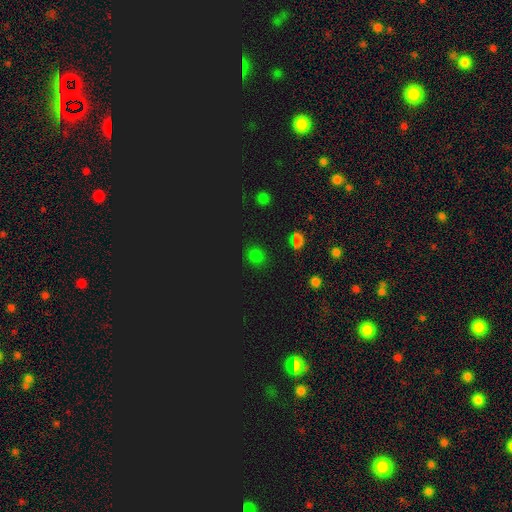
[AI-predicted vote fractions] Smooth or featured: smooth — 62% (star or artifact — 33%)
How rounded: round — 79% (in between — 20%)
Merging: none — 87% (minor disturbance — 9%)